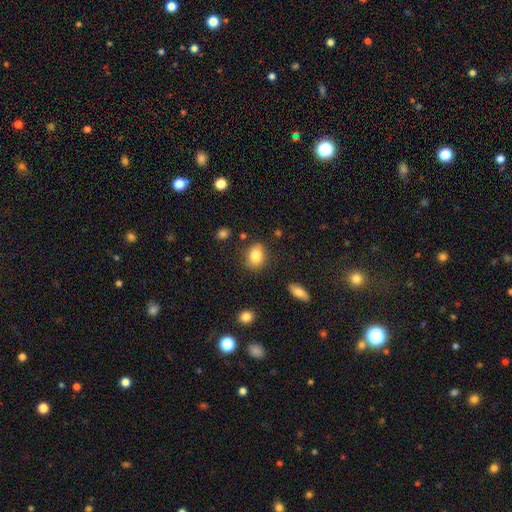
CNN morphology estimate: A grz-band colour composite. It shows a smooth galaxy with no disk features (83%) that is in between round and cigar-shaped (64%). Merging: none (79%).